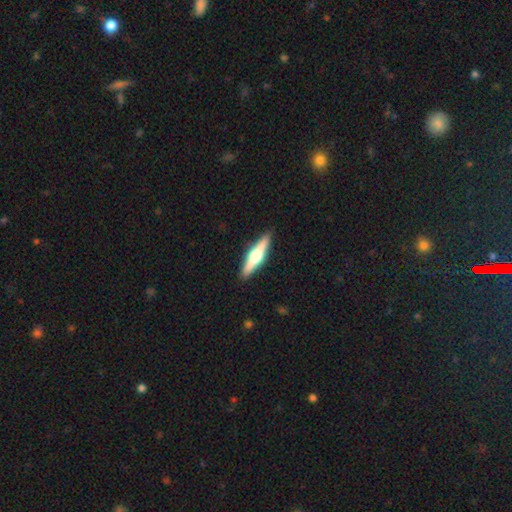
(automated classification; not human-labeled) Smooth or featured? Predicted: featured or disk (p=0.60). Edge-on disk? Predicted: yes (p=0.96). Edge-on bulge? Predicted: rounded (p=0.93). Merging? Predicted: none (p=0.91).